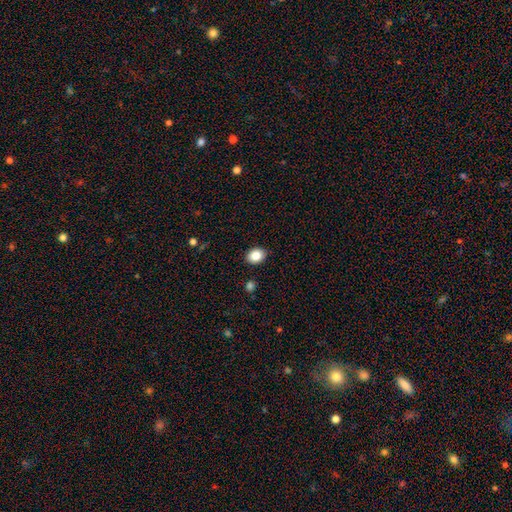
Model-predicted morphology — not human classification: Smooth or featured? Predicted: smooth (p=0.86). How rounded? Predicted: in between (p=0.59). Merging? Predicted: none (p=0.89).